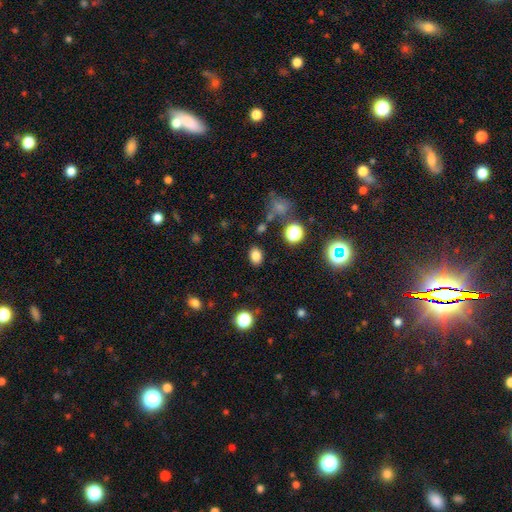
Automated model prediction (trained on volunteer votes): A smooth galaxy with no disk features (81%) that is in between round and cigar-shaped (67%).

Vote fractions:
- Smooth or featured? smooth: 81% / star or artifact: 13% / featured or disk: 6%
- How rounded? in between: 67% / round: 32% / cigar-shaped: 1%
- Merging? none: 86% / minor disturbance: 9% / major disturbance: 3% / merger: 2%